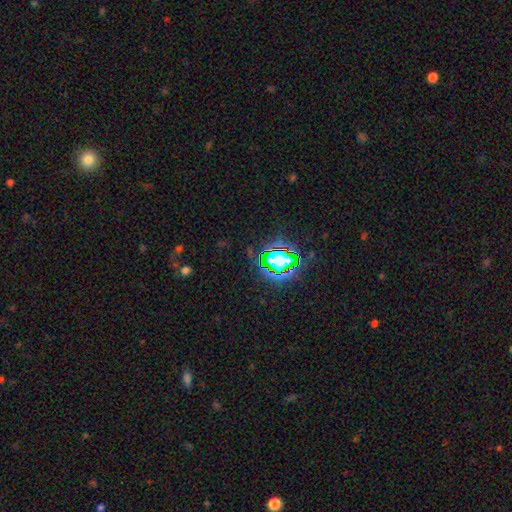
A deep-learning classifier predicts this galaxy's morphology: type=star or artifact (79%).